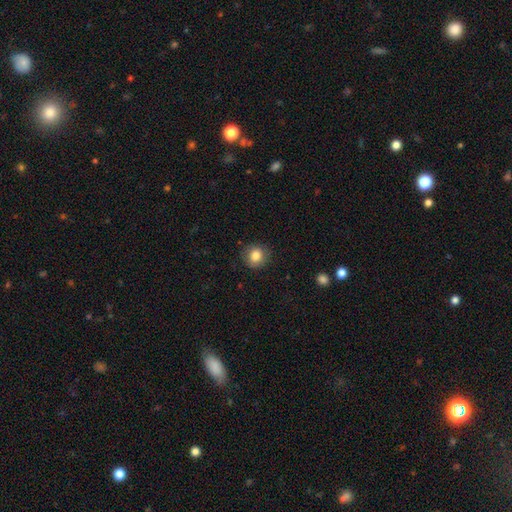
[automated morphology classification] Q: Smooth or featured?
A: smooth (83%); runner-up: star or artifact (9%)
Q: How rounded?
A: round (86%); runner-up: in between (13%)
Q: Merging?
A: none (86%); runner-up: minor disturbance (10%)